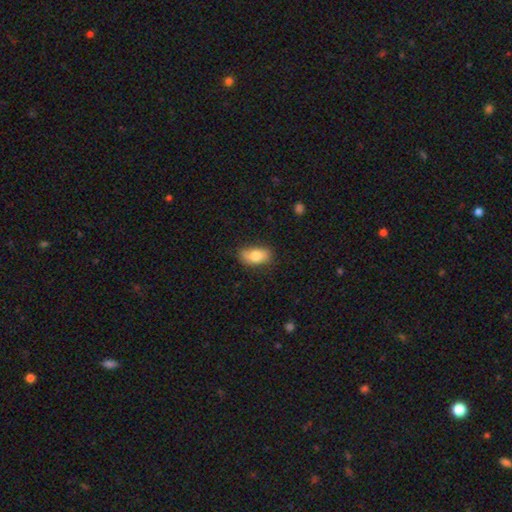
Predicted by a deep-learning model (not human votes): This appears to be a smooth galaxy with no disk features (78%) that is in between round and cigar-shaped (90%). Merging: none (75%).